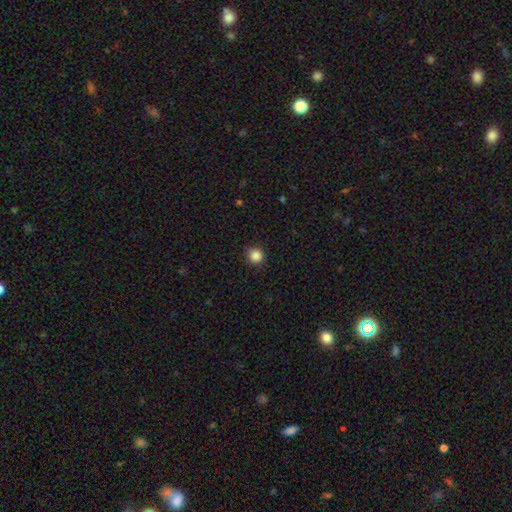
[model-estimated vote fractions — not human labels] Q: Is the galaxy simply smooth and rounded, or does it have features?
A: smooth — 86%.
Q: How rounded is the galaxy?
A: round — 92%.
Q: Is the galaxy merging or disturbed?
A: none — 87%.